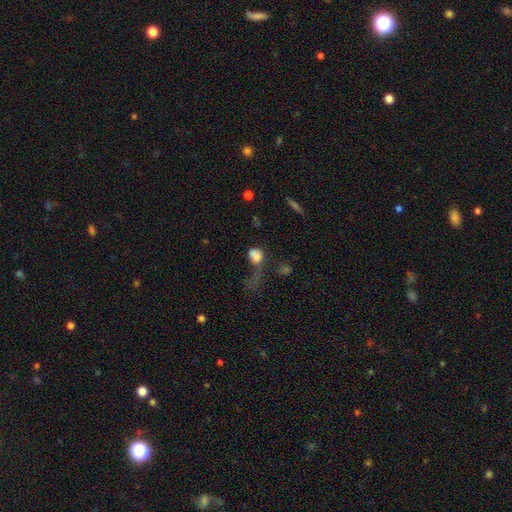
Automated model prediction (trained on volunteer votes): Smooth or featured? smooth (68%)
How rounded? in between (49%)
Merging? major disturbance (49%)